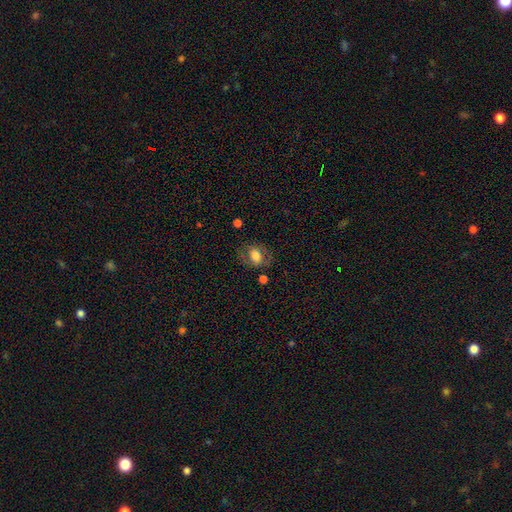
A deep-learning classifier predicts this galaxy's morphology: A smooth galaxy with no disk features (64%) that is in between round and cigar-shaped (70%).

Vote fractions:
- Smooth or featured? smooth: 64% / featured or disk: 27% / star or artifact: 9%
- How rounded? in between: 70% / round: 29% / cigar-shaped: 1%
- Merging? none: 70% / minor disturbance: 17% / major disturbance: 10% / merger: 3%